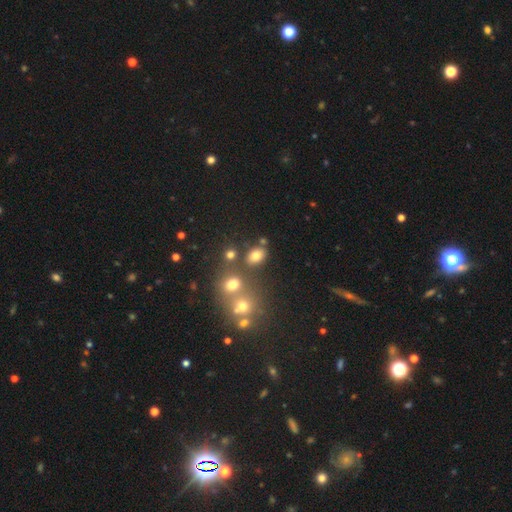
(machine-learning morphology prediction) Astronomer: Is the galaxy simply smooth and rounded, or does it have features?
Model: smooth — 74%.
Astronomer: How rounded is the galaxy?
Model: in between — 71%.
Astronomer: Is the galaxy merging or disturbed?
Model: none — 71%.